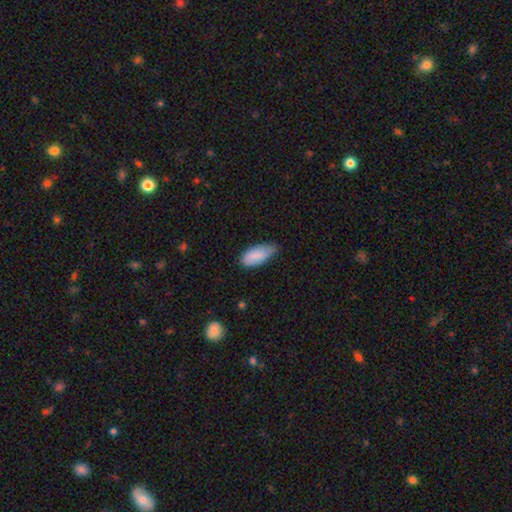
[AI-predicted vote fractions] Smooth or featured: smooth — 85% (featured or disk — 9%)
How rounded: in between — 89% (cigar-shaped — 9%)
Merging: none — 50% (minor disturbance — 41%)